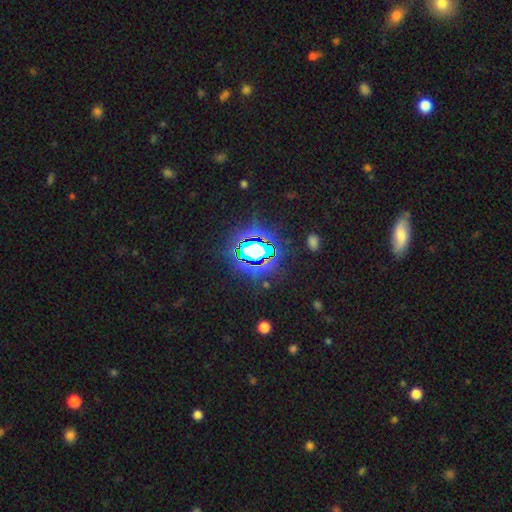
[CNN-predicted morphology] Smooth or featured? Predicted: star or artifact (p=0.72).